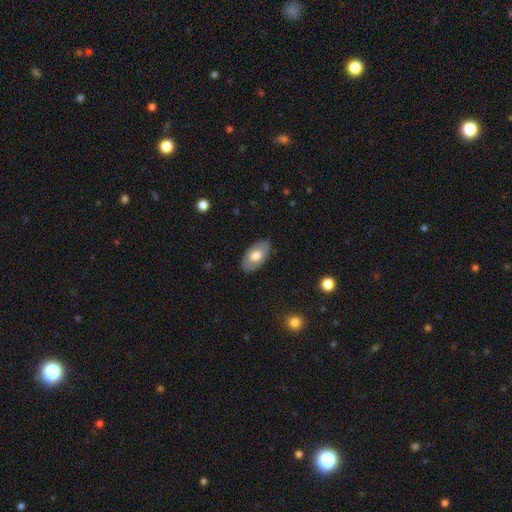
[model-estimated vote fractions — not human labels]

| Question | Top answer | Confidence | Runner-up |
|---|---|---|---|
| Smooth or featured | smooth | 67% | featured or disk (28%) |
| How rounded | in between | 94% | round (4%) |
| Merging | none | 84% | minor disturbance (12%) |